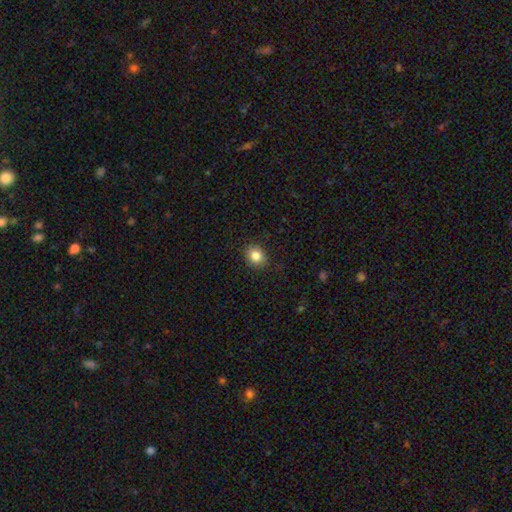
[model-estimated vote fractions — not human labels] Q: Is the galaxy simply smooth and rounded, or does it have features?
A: smooth — 85%.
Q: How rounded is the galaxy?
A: round — 65%.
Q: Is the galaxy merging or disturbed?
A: none — 88%.